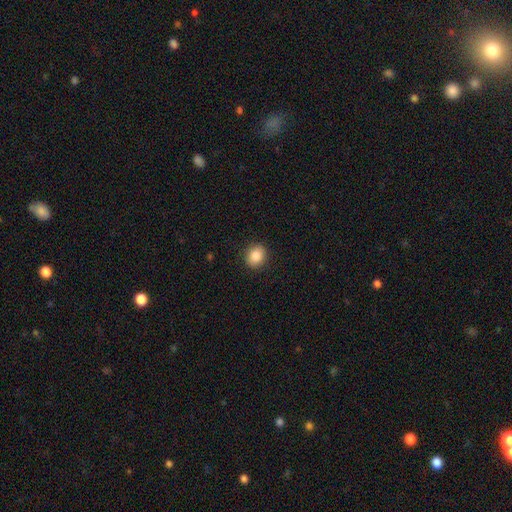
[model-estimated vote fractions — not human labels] A smooth galaxy with no disk features (86%) that is round (65%).

Vote fractions:
- Smooth or featured? smooth: 86% / star or artifact: 9% / featured or disk: 5%
- How rounded? round: 65% / in between: 34% / cigar-shaped: 1%
- Merging? none: 90% / minor disturbance: 7% / major disturbance: 2% / merger: 1%